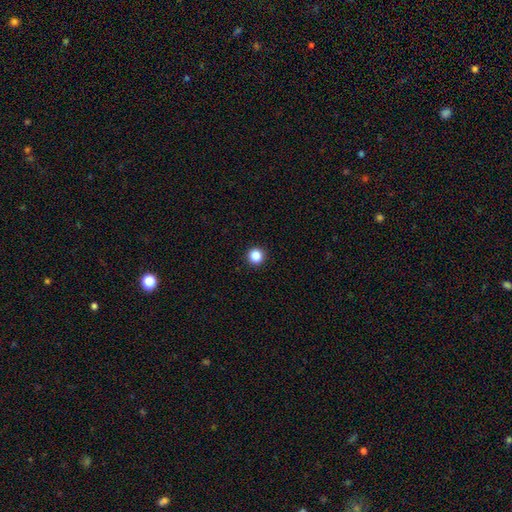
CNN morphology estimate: A smooth galaxy with no disk features (86%) that is round (96%). Merging: none (94%).